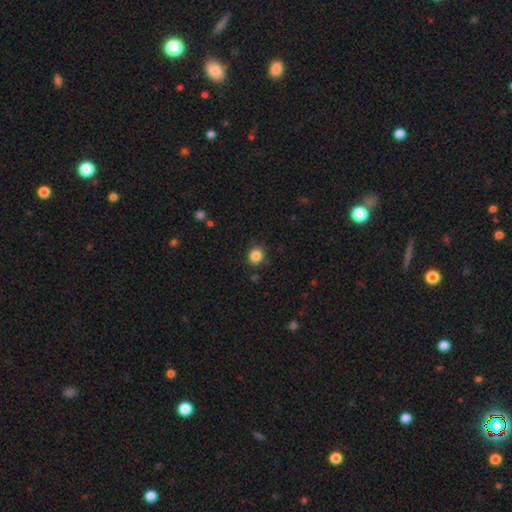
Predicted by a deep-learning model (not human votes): The model was most divided on "how rounded": round: 77%, in between: 22%, cigar-shaped: 1%. More confident: merging — none (87%); smooth or featured — smooth (86%).